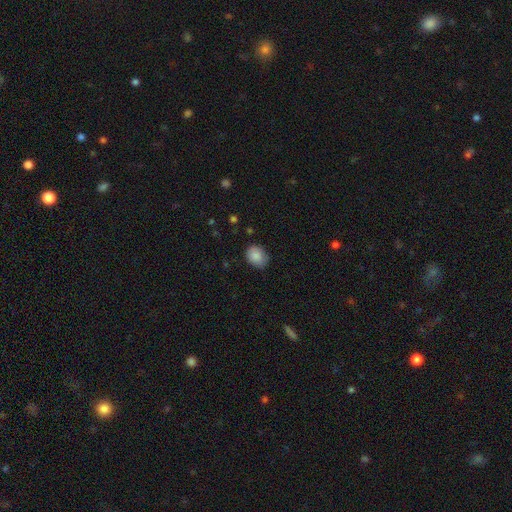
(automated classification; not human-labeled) This is clearly a smooth galaxy (87%). How rounded: possibly in between (56%). Merging: likely none (73%).